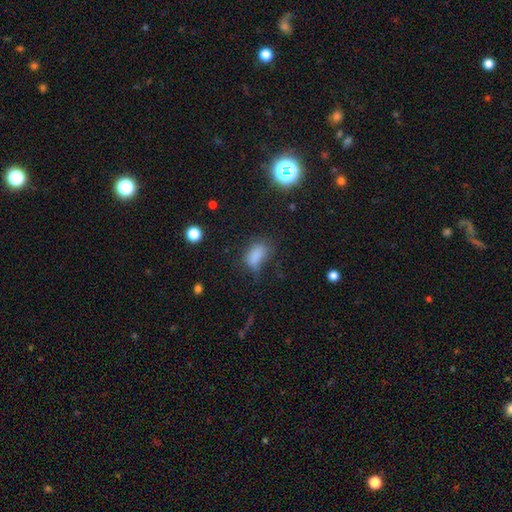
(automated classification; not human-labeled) Morphology: type=smooth (78%); roundness=in between (88%); merging=none (45%).